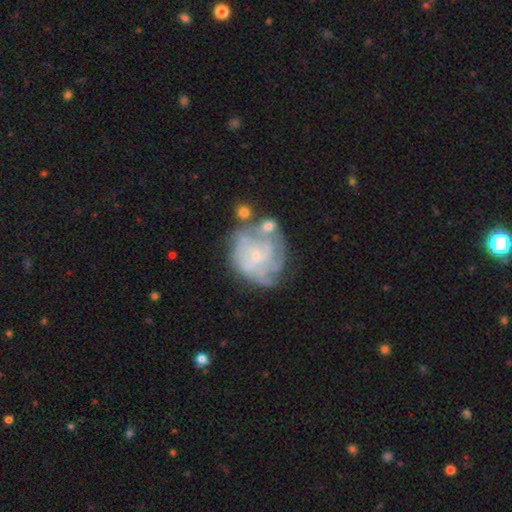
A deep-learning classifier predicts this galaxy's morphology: smooth_or_featured: featured or disk (p=0.73) [alt: smooth p=0.19]
disk_edge_on: no (p=0.98) [alt: yes p=0.02]
bar: no (p=0.70) [alt: weak p=0.26]
has_spiral_arms: yes (p=0.77) [alt: no p=0.23]
spiral_winding: tight (p=0.57) [alt: medium p=0.31]
spiral_arm_count: can't tell (p=0.48) [alt: 3 p=0.16]
bulge_size: small (p=0.62) [alt: none p=0.18]
merging: none (p=0.51) [alt: minor disturbance p=0.21]